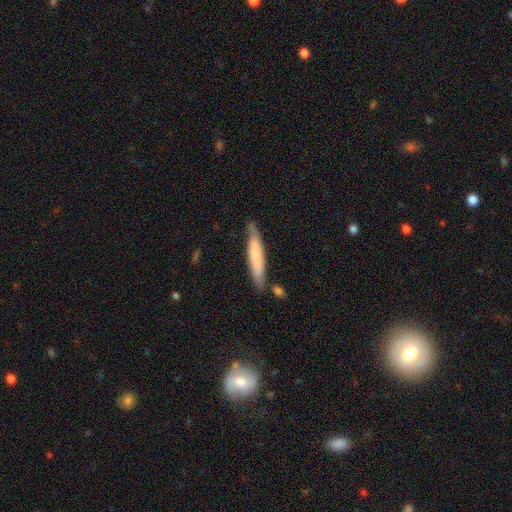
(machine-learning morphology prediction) A smooth galaxy with no disk features (66%) that is cigar-shaped (90%).

Vote fractions:
- Smooth or featured? smooth: 66% / featured or disk: 29% / star or artifact: 6%
- How rounded? cigar-shaped: 90% / in between: 9% / round: 1%
- Merging? none: 72% / minor disturbance: 19% / merger: 5% / major disturbance: 4%